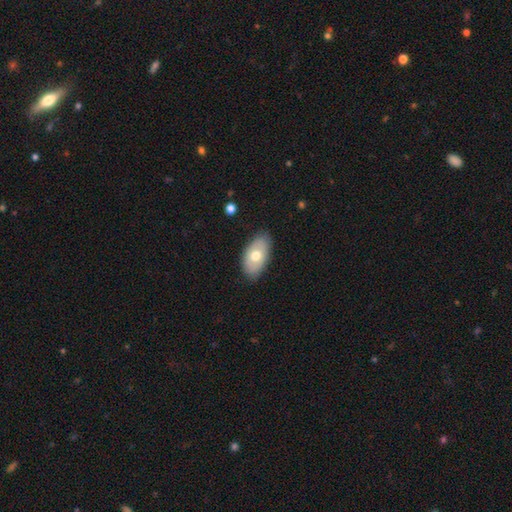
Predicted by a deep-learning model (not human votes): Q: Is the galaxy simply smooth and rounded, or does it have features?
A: smooth — 64%.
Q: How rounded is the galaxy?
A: in between — 93%.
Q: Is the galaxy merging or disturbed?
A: none — 81%.